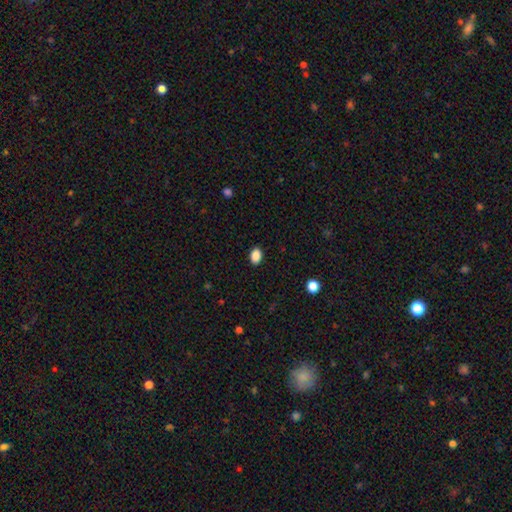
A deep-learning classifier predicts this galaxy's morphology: Q: Smooth or featured?
A: smooth (88%); runner-up: star or artifact (9%)
Q: How rounded?
A: in between (82%); runner-up: round (17%)
Q: Merging?
A: none (90%); runner-up: minor disturbance (7%)